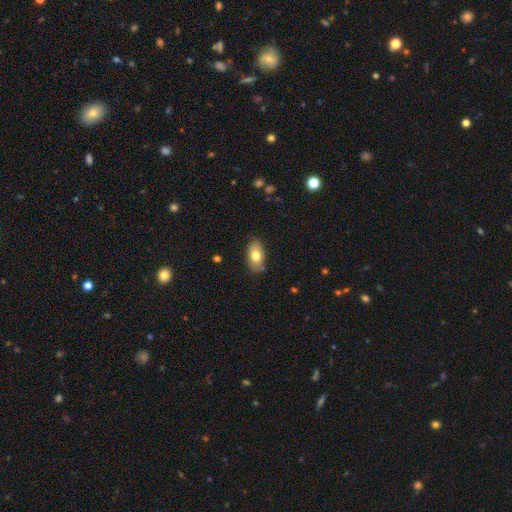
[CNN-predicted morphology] Q: Smooth or featured?
A: smooth (74%); runner-up: featured or disk (19%)
Q: How rounded?
A: in between (91%); runner-up: round (6%)
Q: Merging?
A: none (82%); runner-up: minor disturbance (14%)